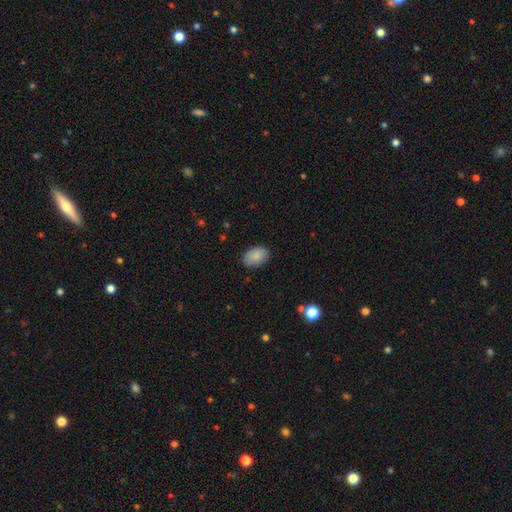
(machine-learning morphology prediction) A smooth galaxy with no disk features (87%) that is in between round and cigar-shaped (88%).

Vote fractions:
- Smooth or featured? smooth: 87% / star or artifact: 7% / featured or disk: 6%
- How rounded? in between: 88% / round: 11% / cigar-shaped: 1%
- Merging? none: 85% / minor disturbance: 11% / major disturbance: 3% / merger: 1%